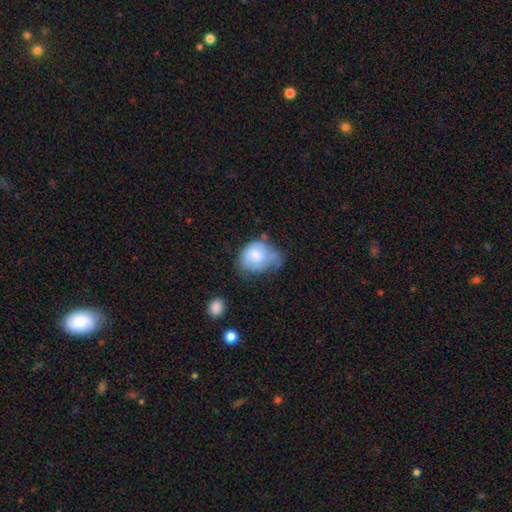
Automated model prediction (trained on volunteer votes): A smooth galaxy with no disk features (61%) that is in between round and cigar-shaped (51%).

Vote fractions:
- Smooth or featured? smooth: 61% / featured or disk: 32% / star or artifact: 7%
- How rounded? in between: 51% / round: 48% / cigar-shaped: 1%
- Merging? minor disturbance: 40% / none: 28% / major disturbance: 25% / merger: 7%